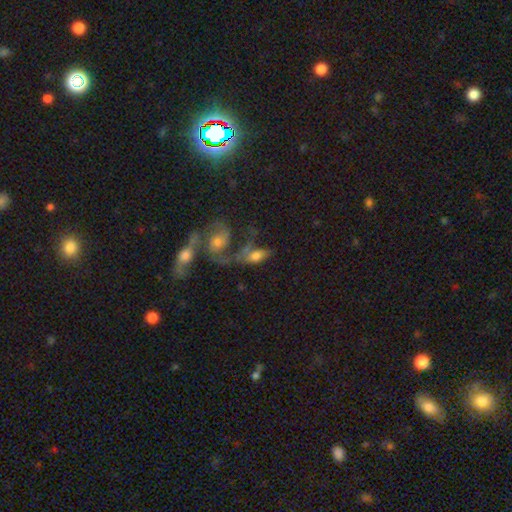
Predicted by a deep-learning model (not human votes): This appears to be a smooth galaxy with no disk features (48%). Merging: merger (48%).